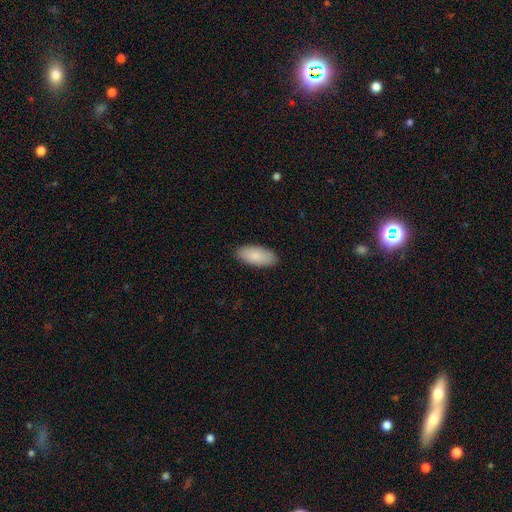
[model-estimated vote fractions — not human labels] smooth 87%, featured or disk 7%, star or artifact 5%. Down the decision tree: how rounded — in between (92%); merging — none (89%).